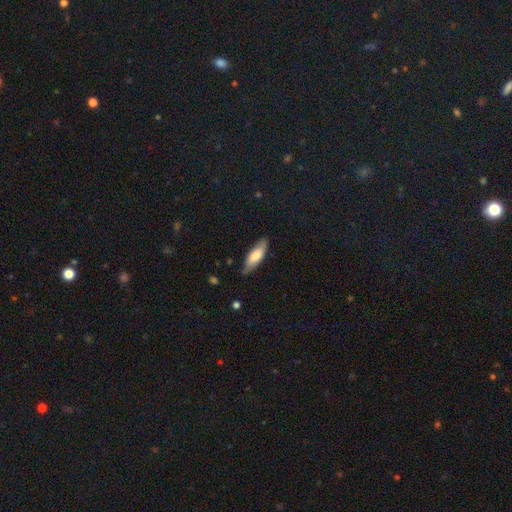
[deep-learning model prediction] A smooth galaxy with no disk features (73%) that is in between round and cigar-shaped (58%).

Vote fractions:
- Smooth or featured? smooth: 73% / featured or disk: 21% / star or artifact: 6%
- How rounded? in between: 58% / cigar-shaped: 40% / round: 2%
- Merging? none: 80% / minor disturbance: 16% / major disturbance: 3% / merger: 1%